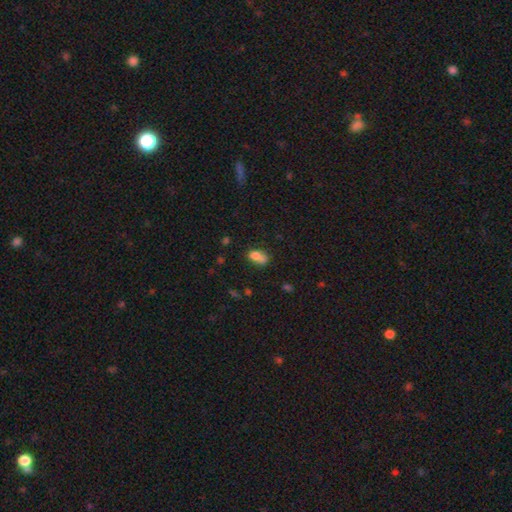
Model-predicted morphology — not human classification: smooth-or-featured: smooth: 74% | featured or disk: 15% | star or artifact: 11%
  how-rounded: in between: 74% | round: 23% | cigar-shaped: 3%
  merging: merger: 40% | none: 33% | minor disturbance: 18% | major disturbance: 9%